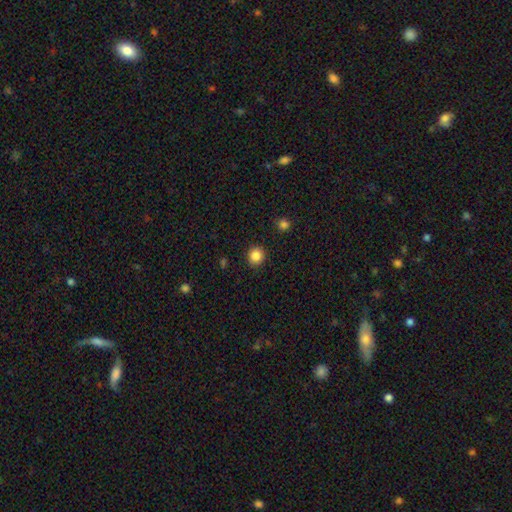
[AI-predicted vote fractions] Q: Smooth or featured?
A: smooth (86%); runner-up: star or artifact (11%)
Q: How rounded?
A: round (91%); runner-up: in between (8%)
Q: Merging?
A: none (91%); runner-up: minor disturbance (6%)